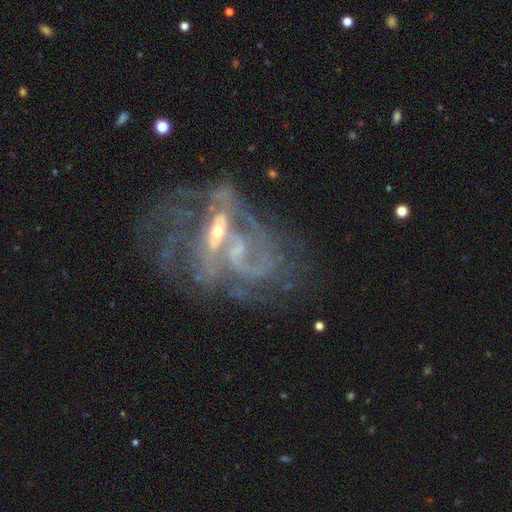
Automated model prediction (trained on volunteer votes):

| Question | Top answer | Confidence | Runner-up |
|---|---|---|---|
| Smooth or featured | featured or disk | 81% | star or artifact (13%) |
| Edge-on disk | no | 96% | yes (4%) |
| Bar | weak | 42% | strong (29%) |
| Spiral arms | yes | 79% | no (21%) |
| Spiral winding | medium | 40% | tight (31%) |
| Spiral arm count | can't tell | 38% | 2 (23%) |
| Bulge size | small | 57% | moderate (28%) |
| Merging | none | 33% | major disturbance (28%) |